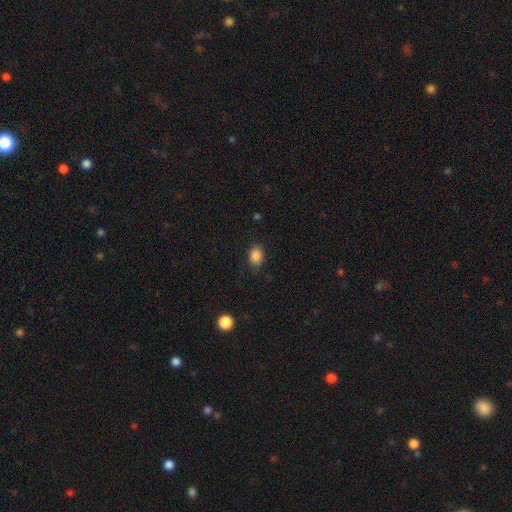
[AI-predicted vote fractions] Overall: smooth (87%). How rounded: in between (70%). Merging: none (81%).